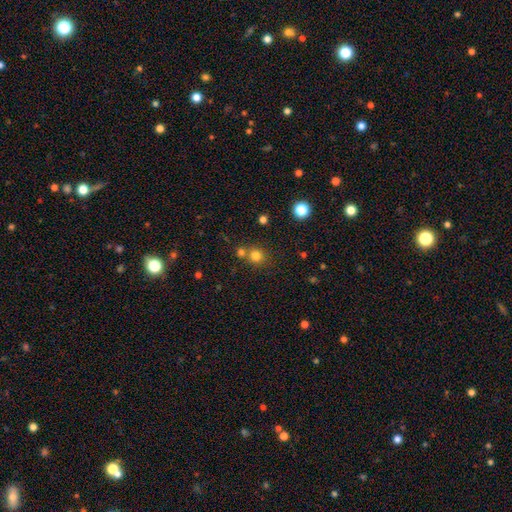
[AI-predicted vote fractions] Smooth or featured: smooth — 78% (star or artifact — 16%)
How rounded: round — 87% (in between — 12%)
Merging: none — 62% (merger — 27%)